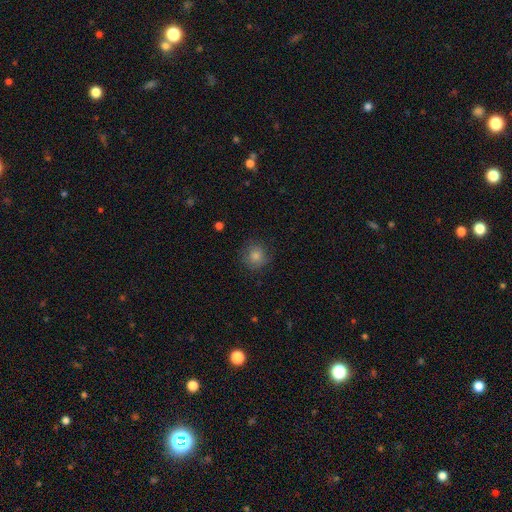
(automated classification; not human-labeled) Smooth or featured?
  - smooth: 75% *
  - star or artifact: 16%
  - featured or disk: 9%
How rounded?
  - round: 92% *
  - in between: 7%
  - cigar-shaped: 1%
Merging?
  - none: 85% *
  - minor disturbance: 11%
  - major disturbance: 3%
  - merger: 1%